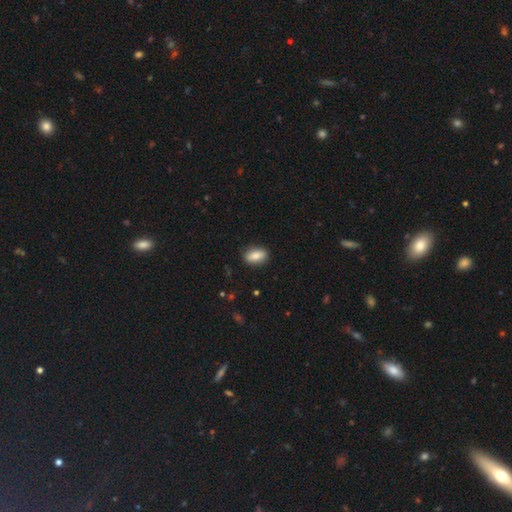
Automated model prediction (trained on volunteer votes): Smooth or featured?
  - smooth: 82% *
  - featured or disk: 11%
  - star or artifact: 7%
How rounded?
  - in between: 87% *
  - round: 7%
  - cigar-shaped: 6%
Merging?
  - none: 88% *
  - minor disturbance: 9%
  - major disturbance: 2%
  - merger: 1%